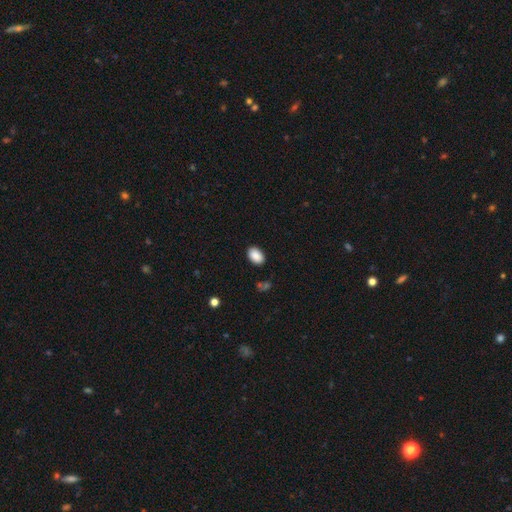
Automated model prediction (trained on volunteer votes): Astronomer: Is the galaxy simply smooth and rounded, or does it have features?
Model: smooth — 89%.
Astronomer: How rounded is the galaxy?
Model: in between — 87%.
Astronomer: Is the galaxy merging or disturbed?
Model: none — 88%.